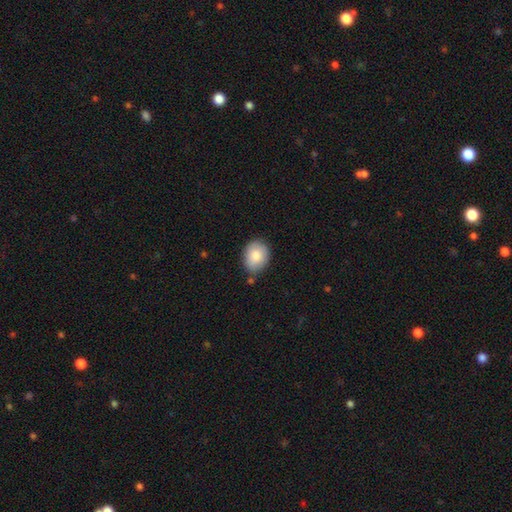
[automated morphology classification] Overall: smooth (85%). How rounded: in between (57%; round 42%). Merging: none (77%).